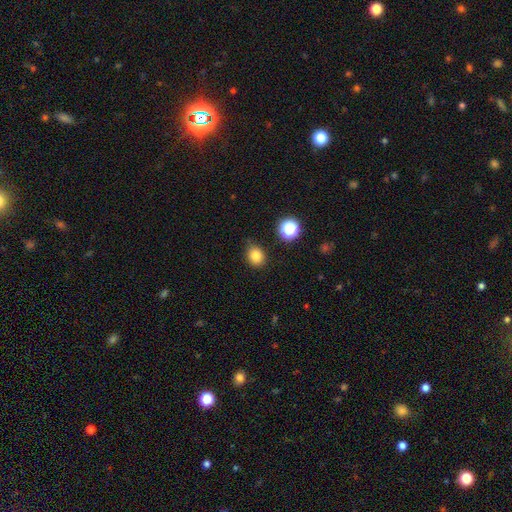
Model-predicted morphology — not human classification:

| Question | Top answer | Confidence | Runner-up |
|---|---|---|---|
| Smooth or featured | smooth | 82% | star or artifact (13%) |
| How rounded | round | 64% | in between (35%) |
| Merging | none | 81% | minor disturbance (13%) |